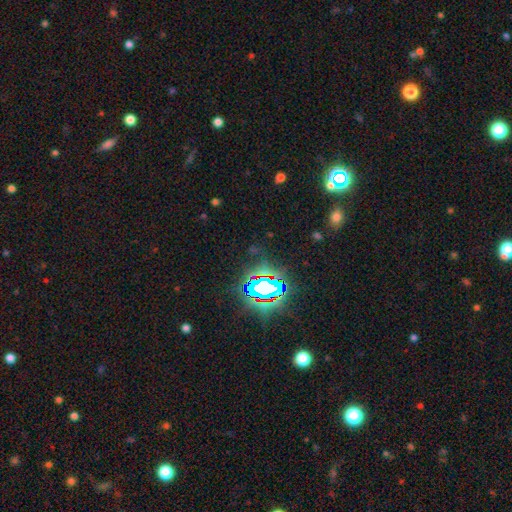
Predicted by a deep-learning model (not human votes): star or artifact 81%, smooth 11%, featured or disk 7%.